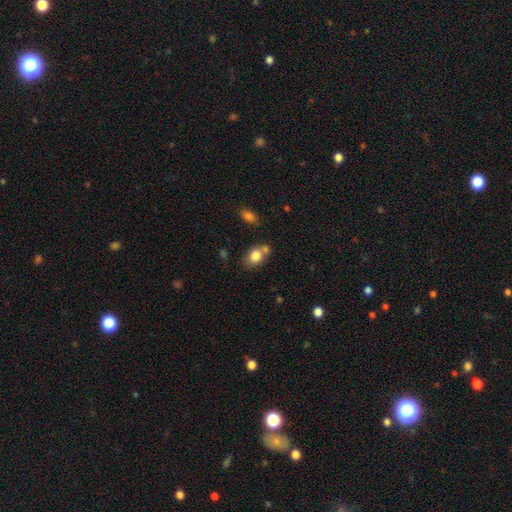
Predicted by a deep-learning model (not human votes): smooth 81%, featured or disk 10%, star or artifact 9%. Down the decision tree: how rounded — in between (60%); merging — none (55%).